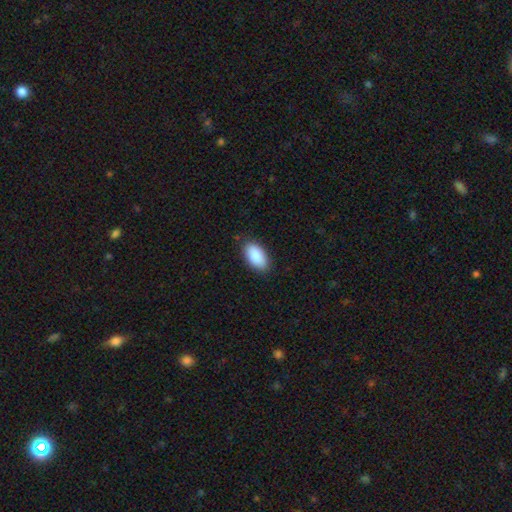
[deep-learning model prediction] smooth_or_featured: smooth (p=0.91) [alt: star or artifact p=0.06]
how_rounded: in between (p=0.95) [alt: cigar-shaped p=0.03]
merging: none (p=0.86) [alt: minor disturbance p=0.10]